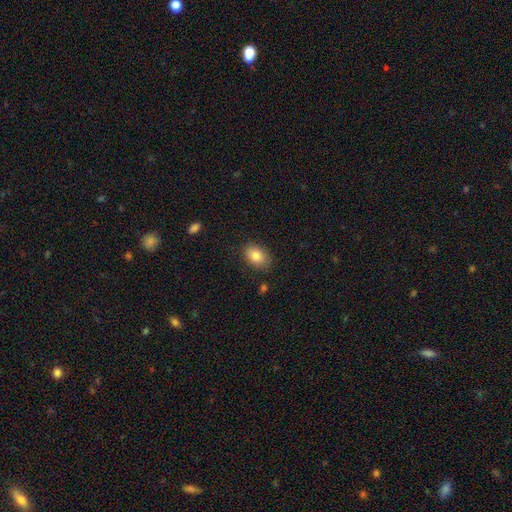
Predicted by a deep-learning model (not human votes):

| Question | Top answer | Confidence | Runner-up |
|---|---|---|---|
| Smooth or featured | smooth | 84% | featured or disk (8%) |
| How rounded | in between | 85% | round (14%) |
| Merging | none | 83% | minor disturbance (12%) |